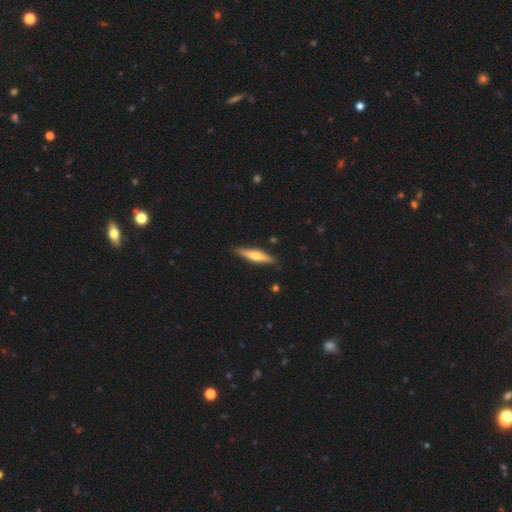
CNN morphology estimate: smooth-or-featured: featured or disk: 54% | smooth: 41% | star or artifact: 6%
  disk-edge-on: yes: 95% | no: 5%
    edge-on-bulge: rounded: 87% | none: 7% | boxy: 6%
  merging: none: 88% | minor disturbance: 8% | major disturbance: 2% | merger: 1%